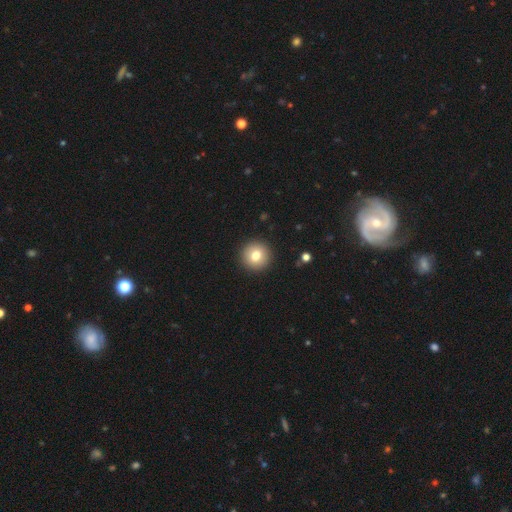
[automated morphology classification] A smooth galaxy with no disk features (78%) that is round (95%). Merging: none (93%).